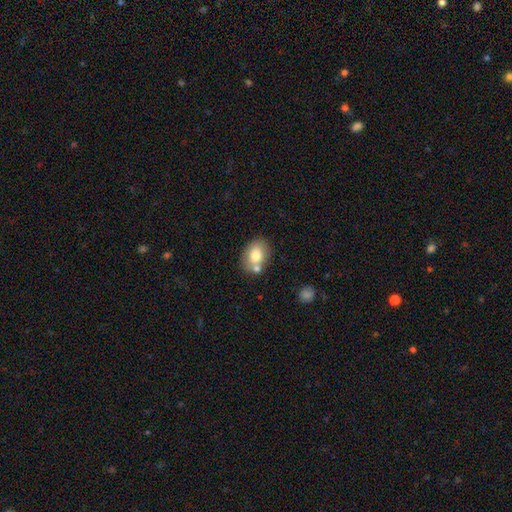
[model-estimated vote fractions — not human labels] A smooth galaxy with no disk features (77%) that is in between round and cigar-shaped (69%).

Vote fractions:
- Smooth or featured? smooth: 77% / featured or disk: 15% / star or artifact: 8%
- How rounded? in between: 69% / round: 30% / cigar-shaped: 1%
- Merging? none: 63% / merger: 19% / minor disturbance: 15% / major disturbance: 4%